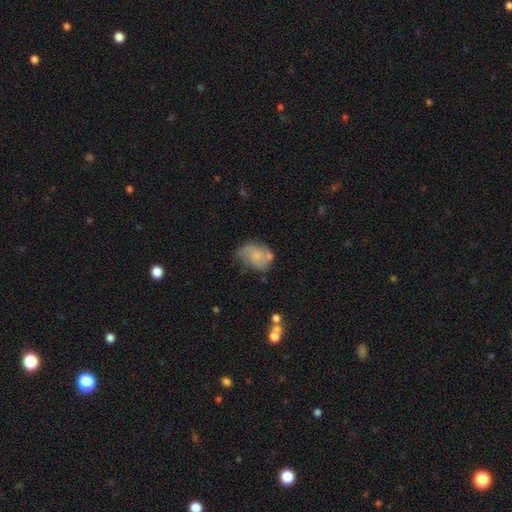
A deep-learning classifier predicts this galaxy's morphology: Overall: smooth (48%; featured or disk 44%). Merging: none (42%; minor disturbance 31%).